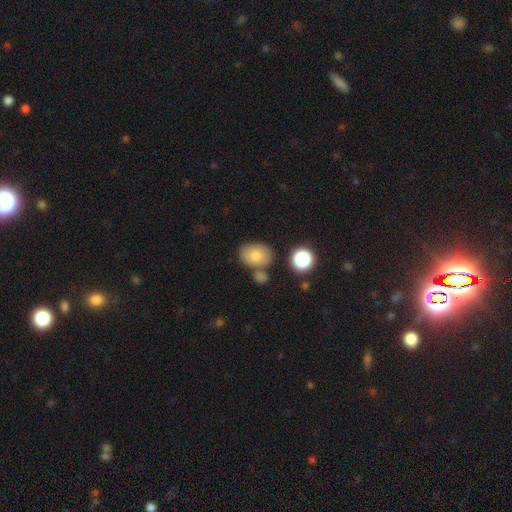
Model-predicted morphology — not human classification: This is likely a smooth galaxy (77%). How rounded: likely in between (66%). Merging: likely none (64%).